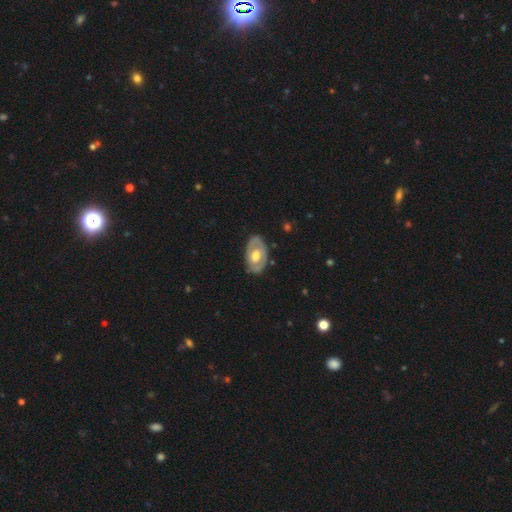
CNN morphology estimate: Smooth or featured? featured or disk (60%)
Edge-on disk? no (91%)
Bar? no (73%)
Spiral arms? no (66%)
Bulge size? moderate (60%)
Merging? none (77%)